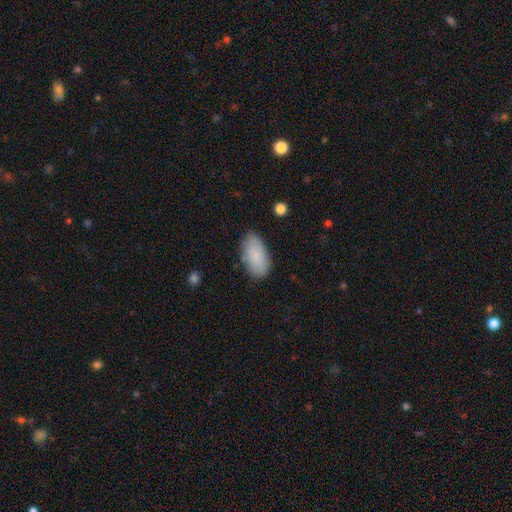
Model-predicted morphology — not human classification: smooth-or-featured: smooth: 86% | featured or disk: 7% | star or artifact: 6%
  how-rounded: in between: 93% | cigar-shaped: 4% | round: 2%
  merging: none: 81% | minor disturbance: 14% | major disturbance: 3% | merger: 2%